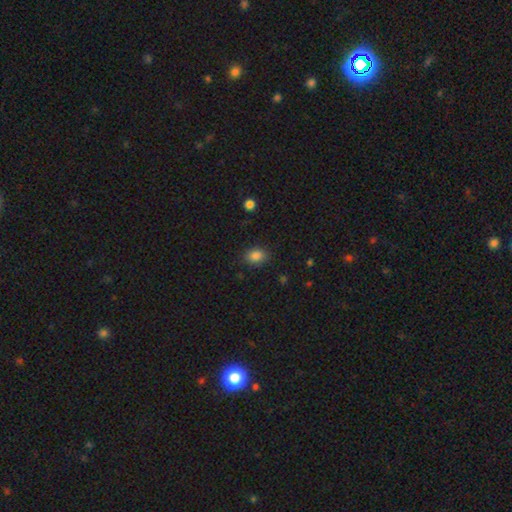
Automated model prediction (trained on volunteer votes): Smooth or featured? smooth (85%)
How rounded? in between (67%)
Merging? none (85%)